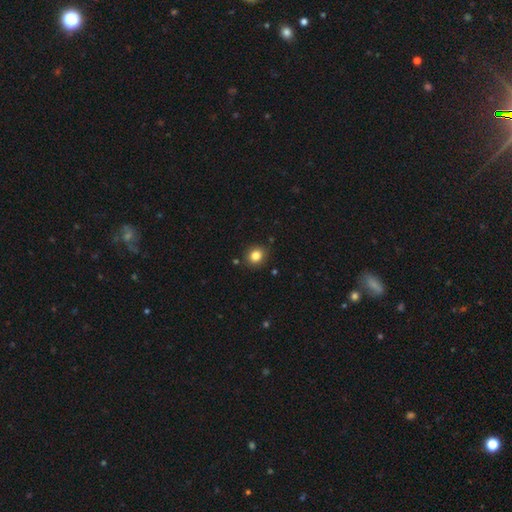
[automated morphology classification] A smooth galaxy with no disk features (83%) that is round (79%).

Vote fractions:
- Smooth or featured? smooth: 83% / star or artifact: 11% / featured or disk: 5%
- How rounded? round: 79% / in between: 20% / cigar-shaped: 1%
- Merging? none: 88% / minor disturbance: 8% / merger: 2% / major disturbance: 2%